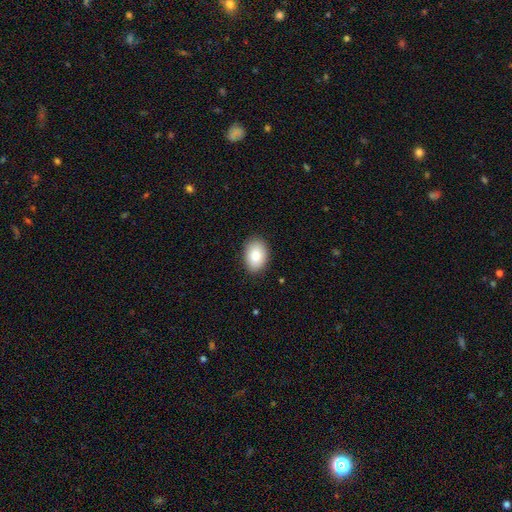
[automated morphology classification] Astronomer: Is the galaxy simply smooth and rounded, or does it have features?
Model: smooth — 85%.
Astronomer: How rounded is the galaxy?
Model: in between — 83%.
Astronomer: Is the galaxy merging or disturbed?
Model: none — 87%.